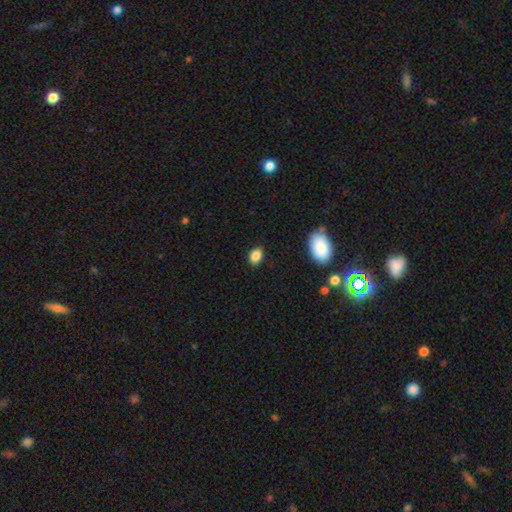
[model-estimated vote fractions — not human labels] Morphology: type=smooth (87%); roundness=in between (76%); merging=none (86%).